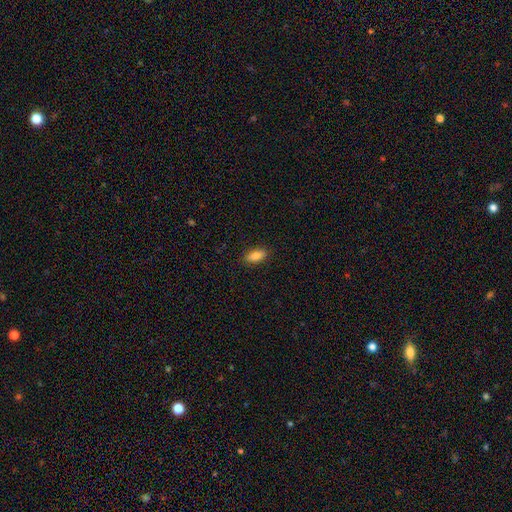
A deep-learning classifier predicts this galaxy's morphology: Smooth or featured? smooth (85%)
How rounded? in between (81%)
Merging? none (89%)